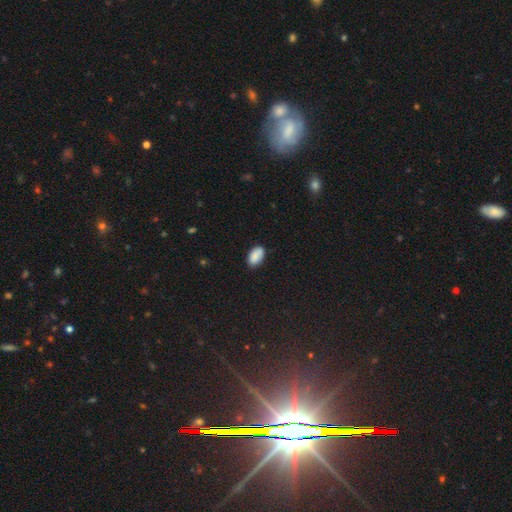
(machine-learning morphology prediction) type=smooth (87%); roundness=in between (93%); merging=none (81%).